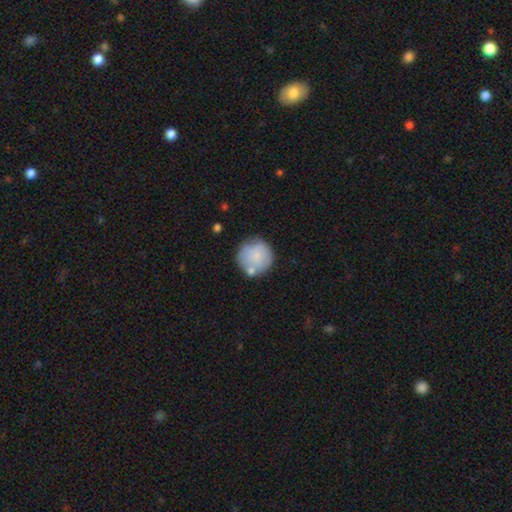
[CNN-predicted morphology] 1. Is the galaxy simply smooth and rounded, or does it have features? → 75% smooth, 18% featured or disk, 7% star or artifact.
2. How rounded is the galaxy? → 93% round, 6% in between, 1% cigar-shaped.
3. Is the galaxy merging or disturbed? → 60% none, 20% minor disturbance, 13% merger, 7% major disturbance.